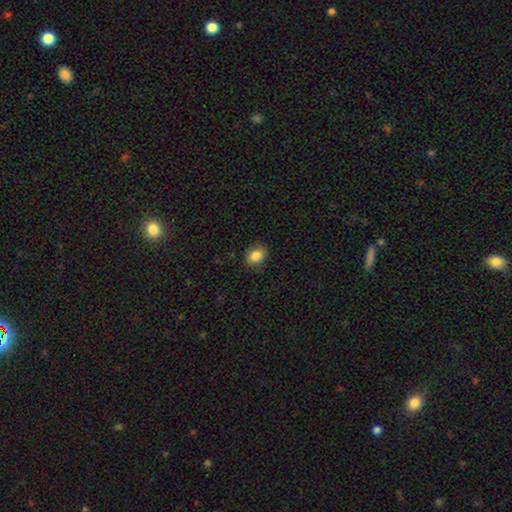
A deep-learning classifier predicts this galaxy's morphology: A smooth galaxy with no disk features (86%) that is in between round and cigar-shaped (66%). Merging: none (83%).